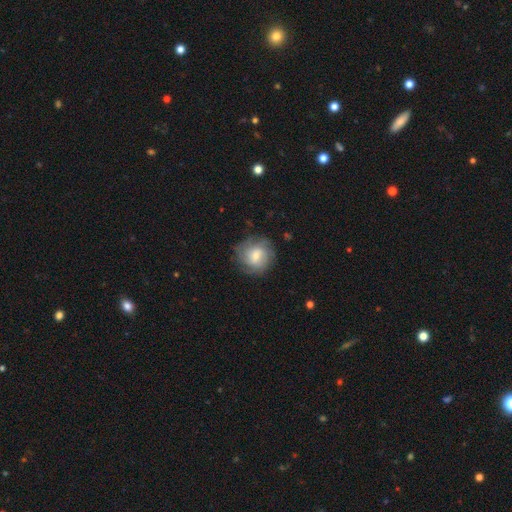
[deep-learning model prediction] Smooth or featured? featured or disk (49%)
Merging? none (76%)